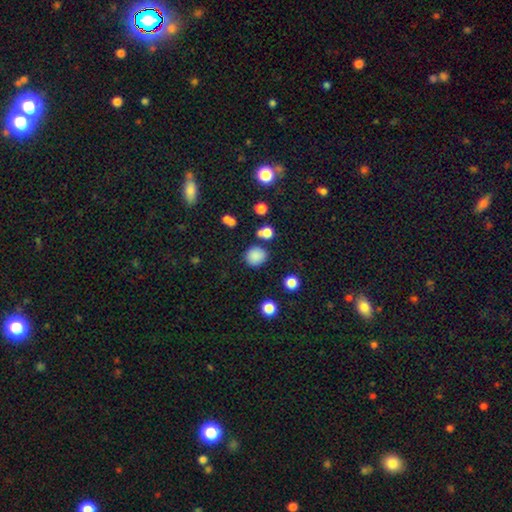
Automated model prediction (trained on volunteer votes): Smooth or featured? smooth (84%)
How rounded? round (86%)
Merging? none (78%)